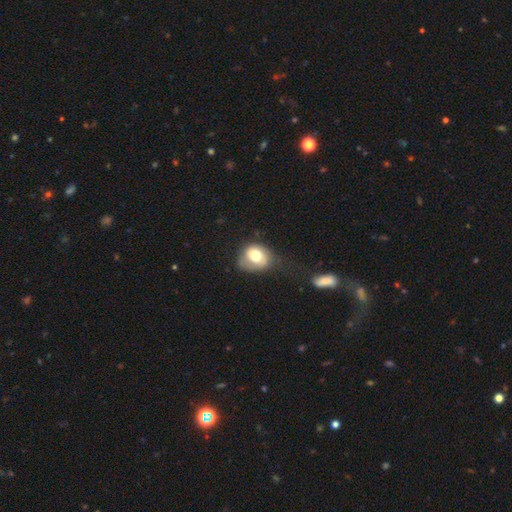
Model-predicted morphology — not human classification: smooth_or_featured: smooth (p=0.70) [alt: featured or disk p=0.22]
how_rounded: round (p=0.51) [alt: in between p=0.48]
merging: none (p=0.43) [alt: minor disturbance p=0.35]